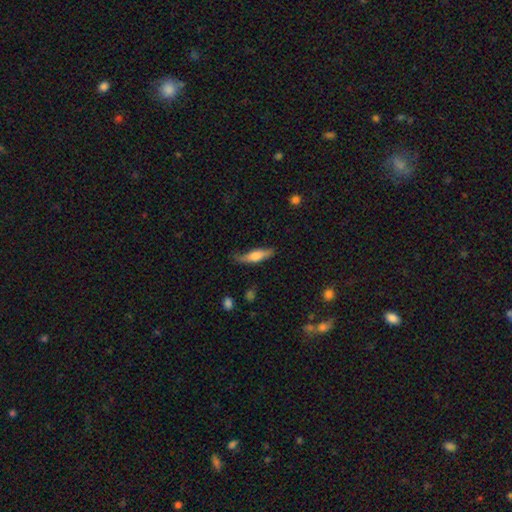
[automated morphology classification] smooth 57%, featured or disk 38%, star or artifact 6%. Down the decision tree: how rounded — cigar-shaped (66%); merging — none (71%).